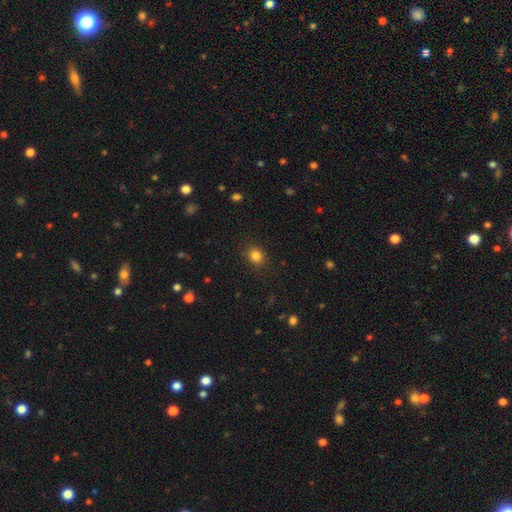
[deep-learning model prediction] Overall: smooth (83%). How rounded: round (66%; in between 33%). Merging: none (86%).